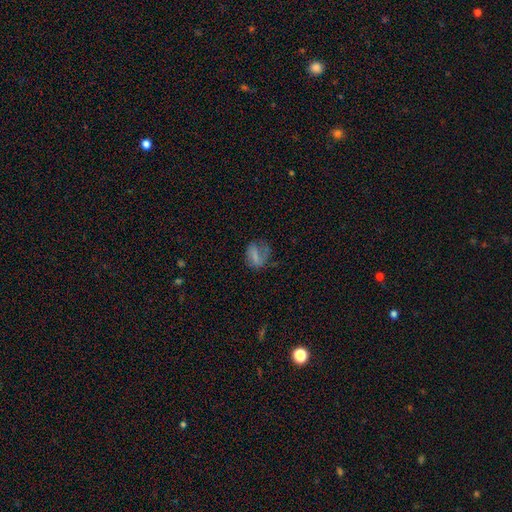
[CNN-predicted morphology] This appears to be a smooth galaxy with no disk features (57%) that is in between round and cigar-shaped (59%). Merging: none (40%).